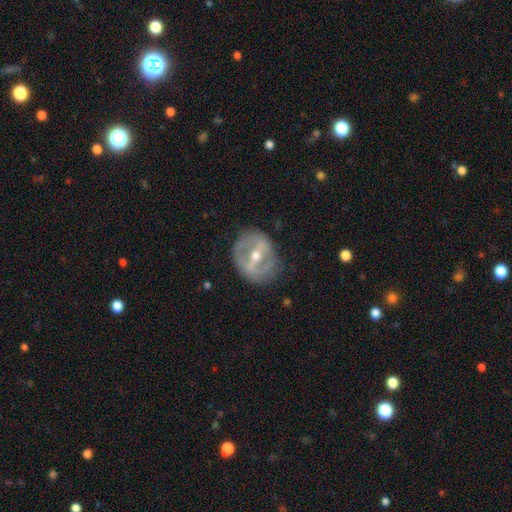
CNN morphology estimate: smooth_or_featured: featured or disk (p=0.79) [alt: smooth p=0.15]
disk_edge_on: no (p=0.91) [alt: yes p=0.09]
bar: strong (p=0.67) [alt: weak p=0.24]
has_spiral_arms: no (p=0.56) [alt: yes p=0.44]
bulge_size: moderate (p=0.62) [alt: small p=0.33]
merging: none (p=0.75) [alt: minor disturbance p=0.16]